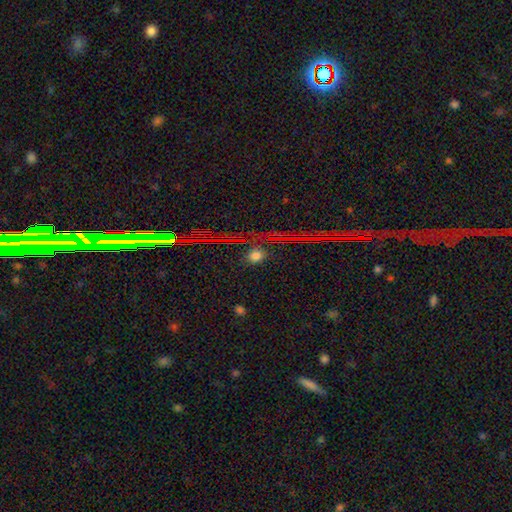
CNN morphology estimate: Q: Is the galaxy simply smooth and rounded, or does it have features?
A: smooth — 68%.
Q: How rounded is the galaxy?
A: round — 67%.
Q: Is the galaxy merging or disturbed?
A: none — 81%.